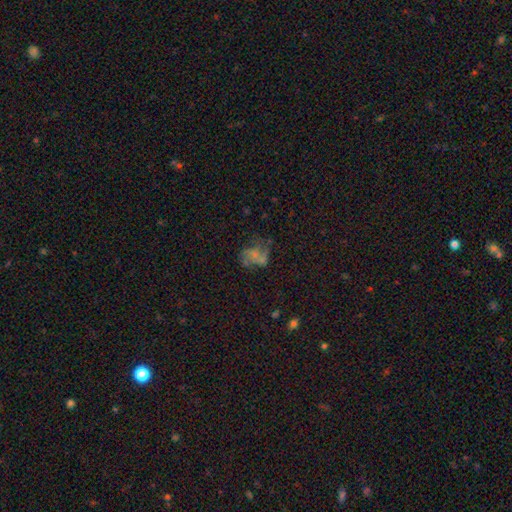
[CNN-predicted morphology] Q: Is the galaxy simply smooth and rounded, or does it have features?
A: featured or disk — 51%.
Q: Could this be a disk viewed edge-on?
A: no — 98%.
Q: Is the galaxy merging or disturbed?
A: none — 41%.